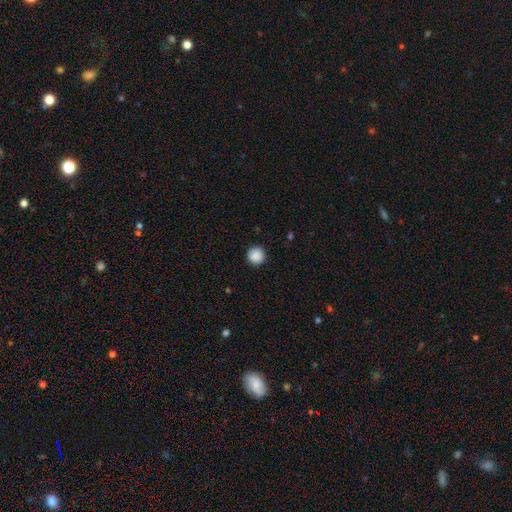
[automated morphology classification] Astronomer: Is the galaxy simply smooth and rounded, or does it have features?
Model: smooth — 89%.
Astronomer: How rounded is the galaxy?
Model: round — 95%.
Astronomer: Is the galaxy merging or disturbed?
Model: none — 92%.